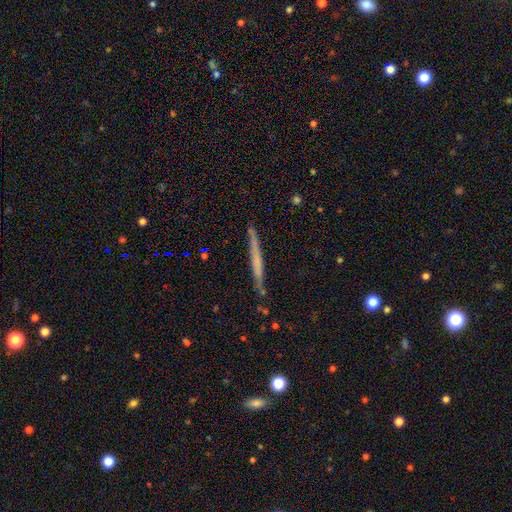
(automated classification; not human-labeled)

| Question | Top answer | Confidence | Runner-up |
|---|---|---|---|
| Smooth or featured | featured or disk | 48% | smooth (45%) |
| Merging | none | 87% | minor disturbance (10%) |